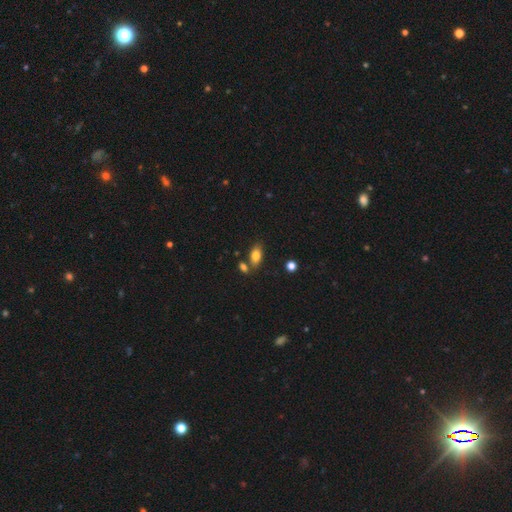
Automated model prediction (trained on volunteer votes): Overall: smooth (81%). How rounded: in between (88%). Merging: none (70%).